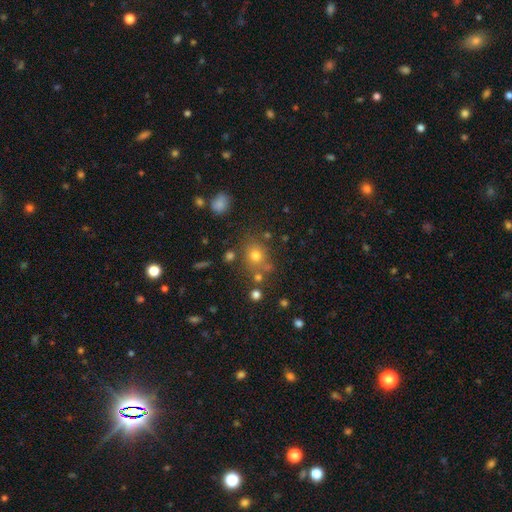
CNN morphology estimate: type=smooth (69%); roundness=round (74%); merging=none (71%).